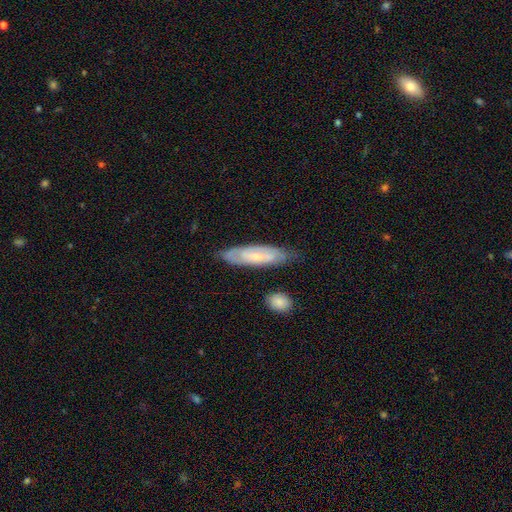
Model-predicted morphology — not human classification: Smooth or featured? Predicted: featured or disk (p=0.54). Edge-on disk? Predicted: no (p=0.70). Merging? Predicted: none (p=0.73).